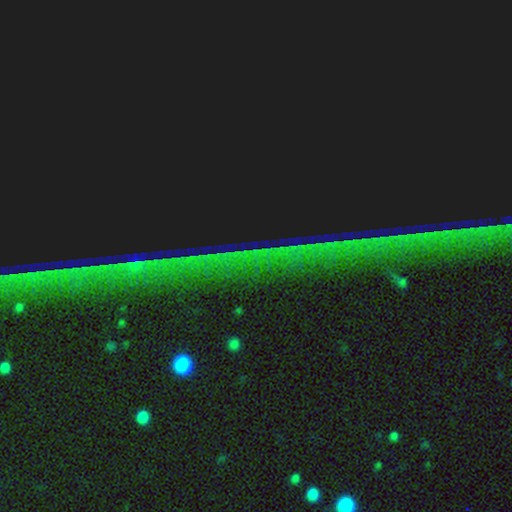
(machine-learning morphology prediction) type=star or artifact (86%).